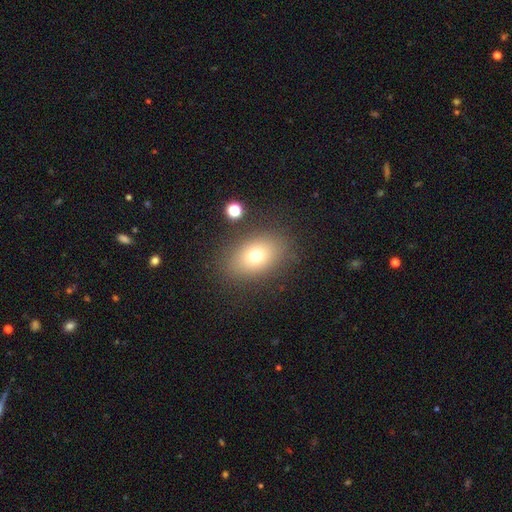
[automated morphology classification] Smooth or featured? smooth (72%)
How rounded? in between (75%)
Merging? none (83%)